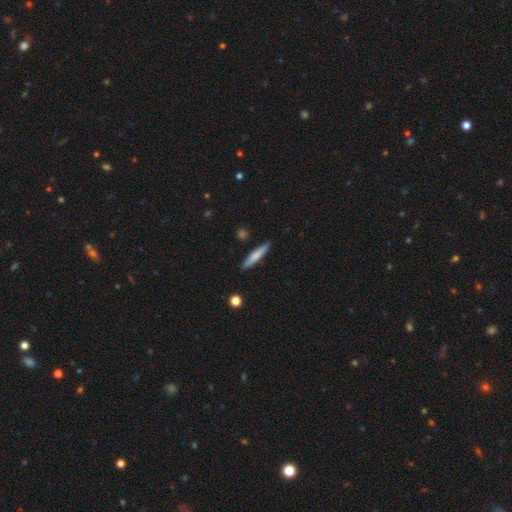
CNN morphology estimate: smooth 73%, featured or disk 22%, star or artifact 6%. Down the decision tree: how rounded — cigar-shaped (91%); merging — none (89%).